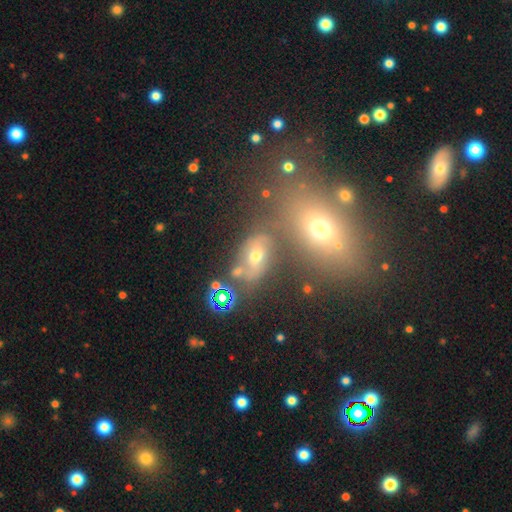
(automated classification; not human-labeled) Smooth or featured: smooth — 46% (featured or disk — 33%)
Merging: none — 56% (merger — 20%)